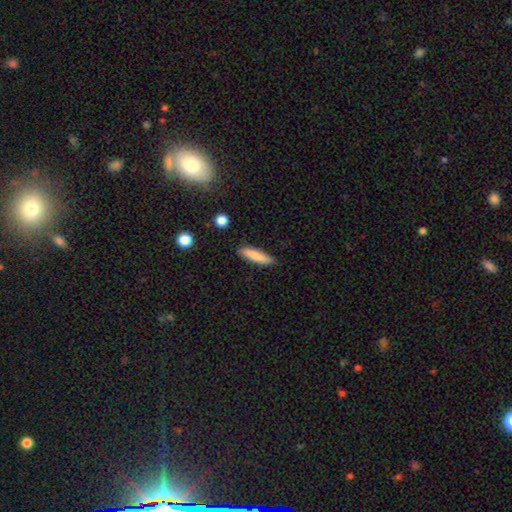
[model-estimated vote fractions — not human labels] Q: Smooth or featured?
A: smooth (82%); runner-up: featured or disk (12%)
Q: How rounded?
A: cigar-shaped (78%); runner-up: in between (21%)
Q: Merging?
A: none (87%); runner-up: minor disturbance (10%)